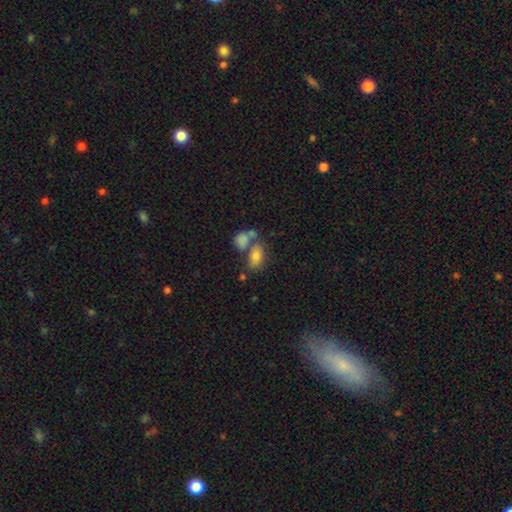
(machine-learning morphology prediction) Q: Smooth or featured?
A: smooth (75%); runner-up: featured or disk (14%)
Q: How rounded?
A: in between (86%); runner-up: round (11%)
Q: Merging?
A: none (42%); runner-up: merger (39%)